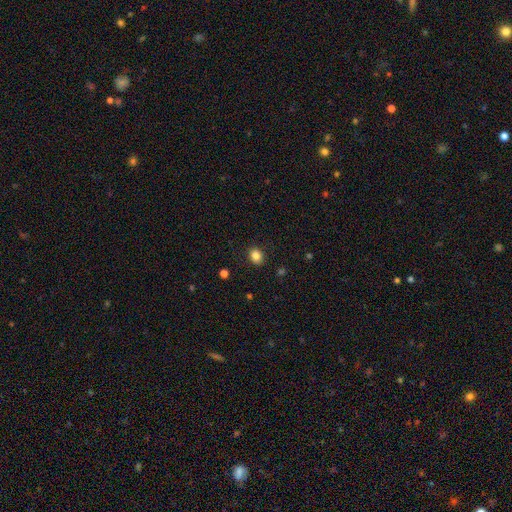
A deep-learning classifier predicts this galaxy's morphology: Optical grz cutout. It shows a smooth galaxy with no disk features (84%) that is round (51%). Merging: none (88%).